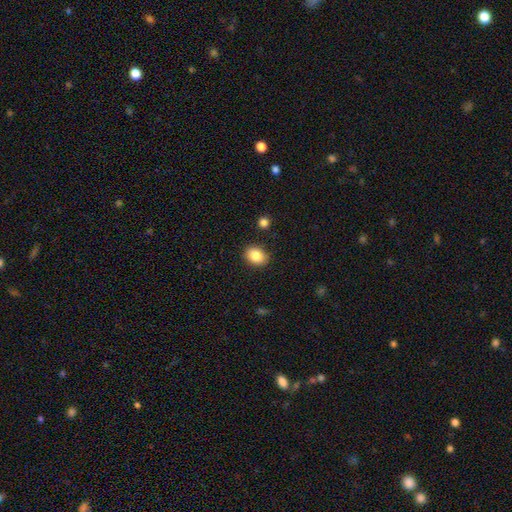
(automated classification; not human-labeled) Smooth or featured?
  - smooth: 86% *
  - star or artifact: 8%
  - featured or disk: 6%
How rounded?
  - in between: 65% *
  - round: 34%
  - cigar-shaped: 1%
Merging?
  - none: 88% *
  - minor disturbance: 8%
  - major disturbance: 2%
  - merger: 2%